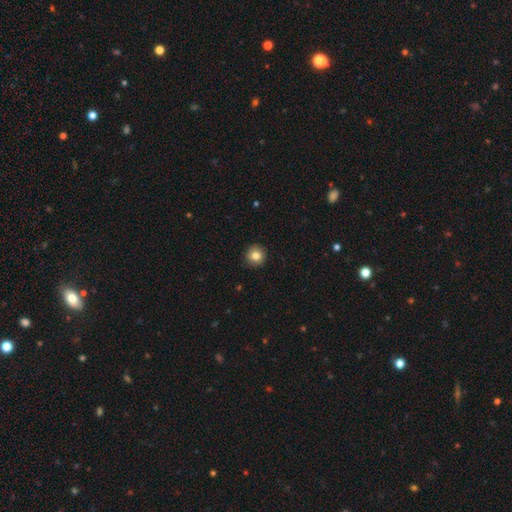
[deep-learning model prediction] Smooth or featured?
  - smooth: 83% *
  - star or artifact: 10%
  - featured or disk: 7%
How rounded?
  - round: 95% *
  - in between: 4%
  - cigar-shaped: 1%
Merging?
  - none: 92% *
  - minor disturbance: 6%
  - major disturbance: 2%
  - merger: 1%